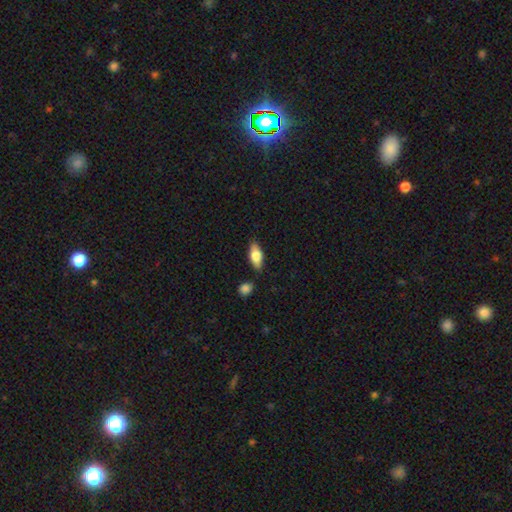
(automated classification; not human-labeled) This is likely a smooth galaxy (71%). How rounded: clearly in between (82%). Merging: clearly none (81%).